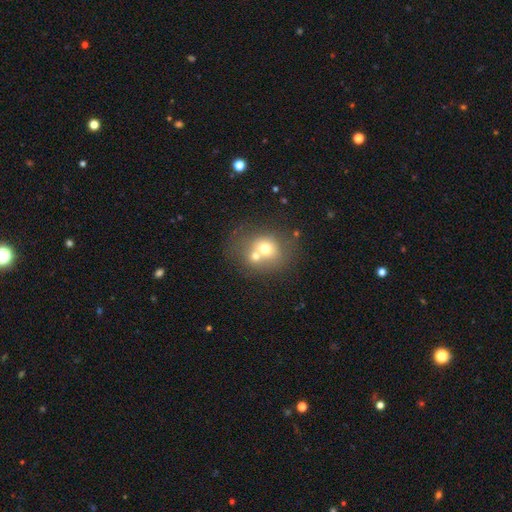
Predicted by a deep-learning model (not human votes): smooth 64%, featured or disk 24%, star or artifact 12%. Down the decision tree: how rounded — round (74%); merging — merger (50%).